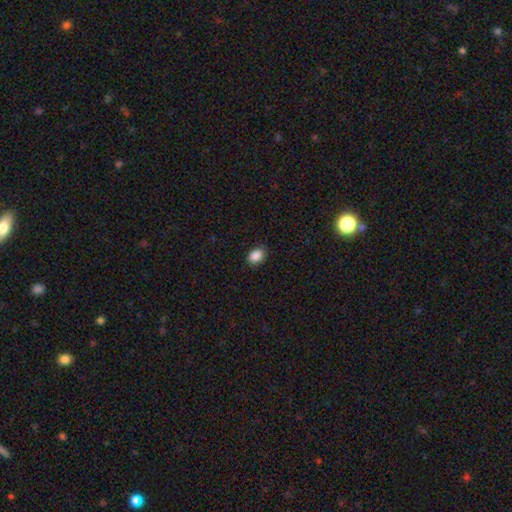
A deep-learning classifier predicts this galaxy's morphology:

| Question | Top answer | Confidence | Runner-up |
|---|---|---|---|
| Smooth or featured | smooth | 89% | star or artifact (9%) |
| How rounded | in between | 73% | round (26%) |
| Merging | none | 86% | minor disturbance (10%) |